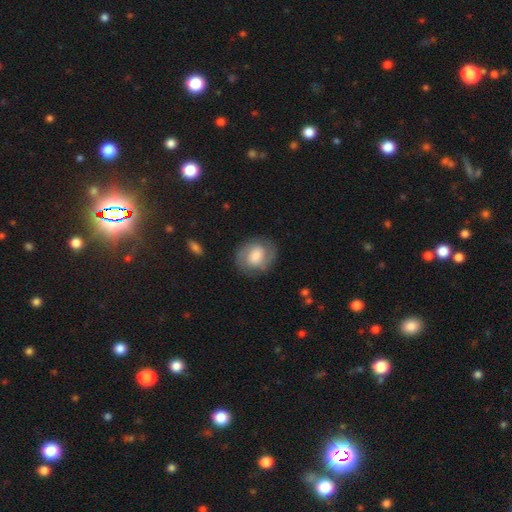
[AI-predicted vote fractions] smooth_or_featured: featured or disk (p=0.55) [alt: smooth p=0.37]
disk_edge_on: no (p=0.97) [alt: yes p=0.03]
bar: weak (p=0.45) [alt: no p=0.40]
has_spiral_arms: yes (p=0.82) [alt: no p=0.18]
bulge_size: moderate (p=0.38) [alt: large p=0.30]
merging: none (p=0.81) [alt: minor disturbance p=0.12]